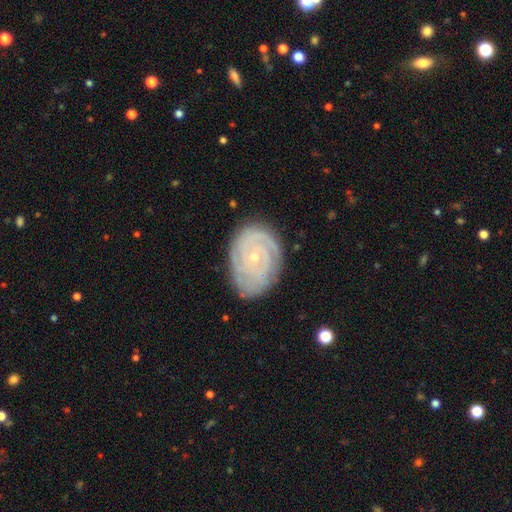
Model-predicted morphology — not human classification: A featured or disk galaxy (84%) with no bar (76%), 2 (29%) tight (82%) spiral arms (97%) and a small central bulge (85%).

Vote fractions:
- Smooth or featured? featured or disk: 84% / smooth: 9% / star or artifact: 7%
- Edge-on disk? no: 97% / yes: 3%
- Bar? no: 76% / weak: 19% / strong: 5%
- Spiral arms? yes: 97% / no: 3%
- Spiral winding? tight: 82% / medium: 15% / loose: 3%
- Spiral arm count? 2: 29% / can't tell: 23% / 3: 22% / 4: 12% / more than 4: 7% / 1: 6%
- Bulge size? small: 85% / moderate: 12% / none: 1% / large: 1% / dominant: 1%
- Merging? none: 81% / minor disturbance: 14% / major disturbance: 3% / merger: 1%